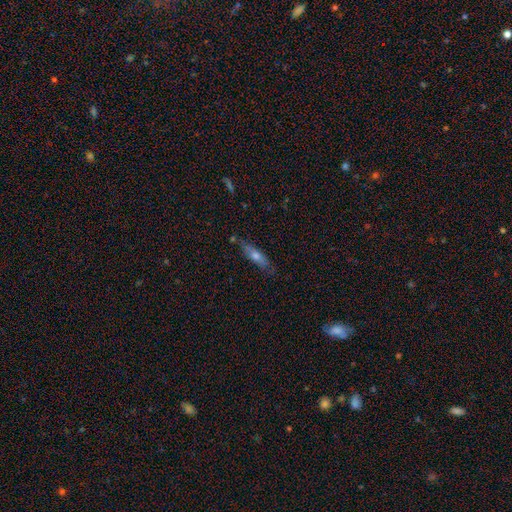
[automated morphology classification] A smooth galaxy with no disk features (51%) that is cigar-shaped (72%). Merging: none (75%).